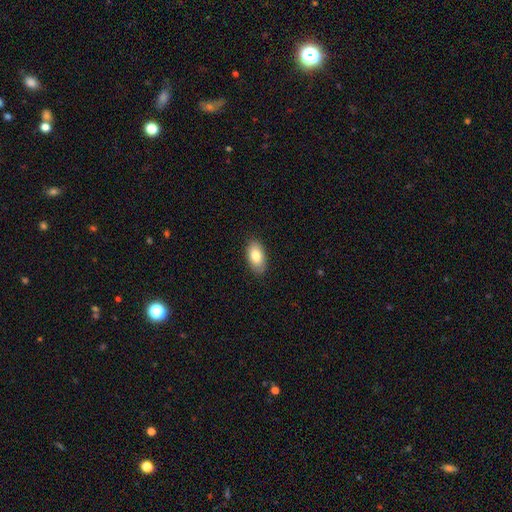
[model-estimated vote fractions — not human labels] The model was most divided on "smooth or featured": smooth: 82%, featured or disk: 11%, star or artifact: 7%. More confident: how rounded — in between (94%); merging — none (87%).